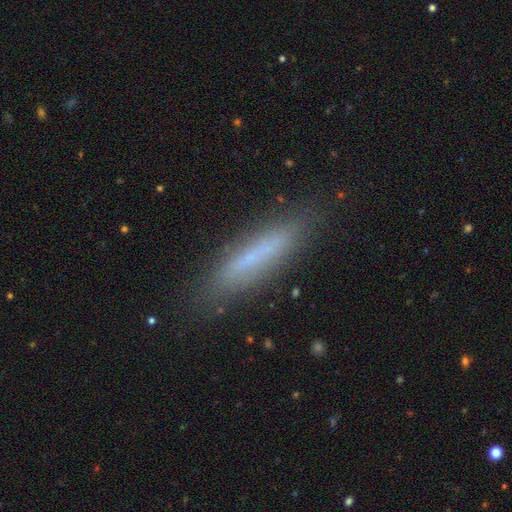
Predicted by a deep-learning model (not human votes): Smooth or featured? Predicted: smooth (p=0.59). How rounded? Predicted: cigar-shaped (p=0.86). Merging? Predicted: none (p=0.84).